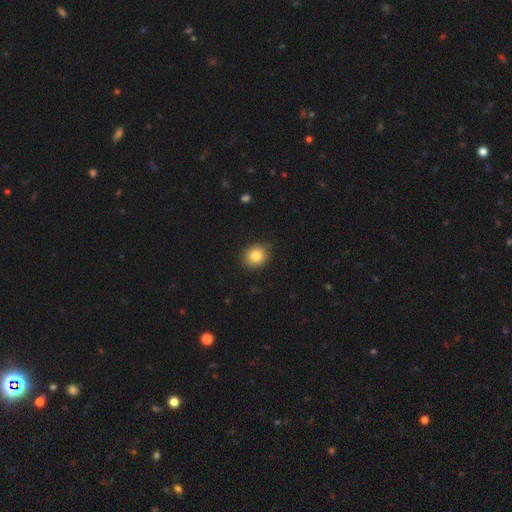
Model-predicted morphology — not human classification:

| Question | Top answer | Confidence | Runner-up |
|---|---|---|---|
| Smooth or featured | smooth | 83% | star or artifact (10%) |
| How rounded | round | 74% | in between (25%) |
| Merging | none | 87% | minor disturbance (10%) |